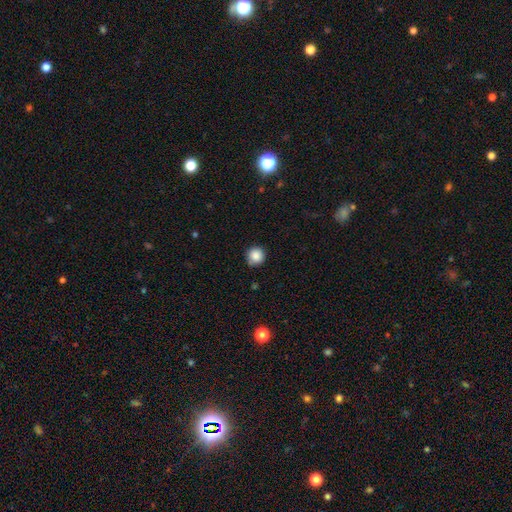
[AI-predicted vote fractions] The model was most divided on "merging": none: 83%, minor disturbance: 12%, major disturbance: 2%, merger: 2%. More confident: how rounded — round (94%); smooth or featured — smooth (86%).